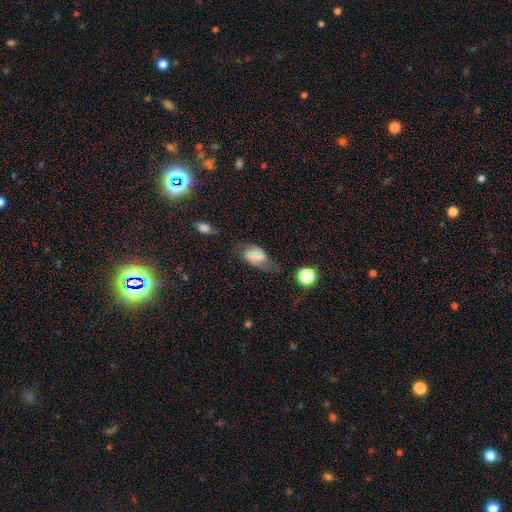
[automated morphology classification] Smooth or featured?
  - featured or disk: 49% *
  - smooth: 39%
  - star or artifact: 13%
Merging?
  - none: 60% *
  - minor disturbance: 24%
  - major disturbance: 13%
  - merger: 3%